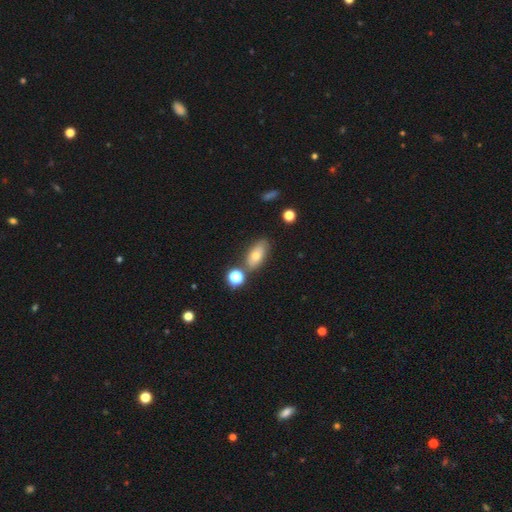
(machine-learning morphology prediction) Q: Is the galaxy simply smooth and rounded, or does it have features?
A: smooth — 67%.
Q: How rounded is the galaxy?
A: in between — 83%.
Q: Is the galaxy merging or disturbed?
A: none — 71%.